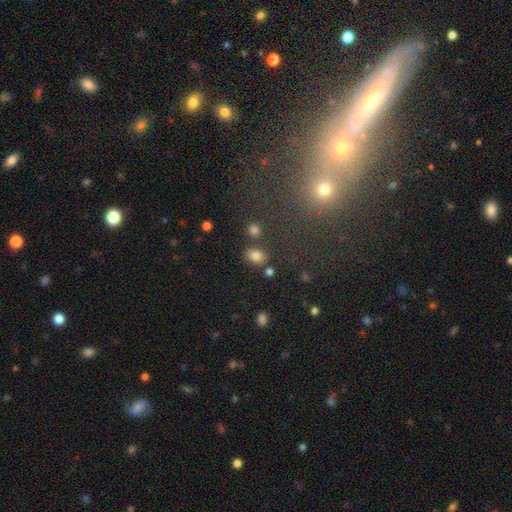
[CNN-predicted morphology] smooth_or_featured: smooth (p=0.81) [alt: star or artifact p=0.13]
how_rounded: in between (p=0.61) [alt: round p=0.37]
merging: none (p=0.75) [alt: minor disturbance p=0.12]